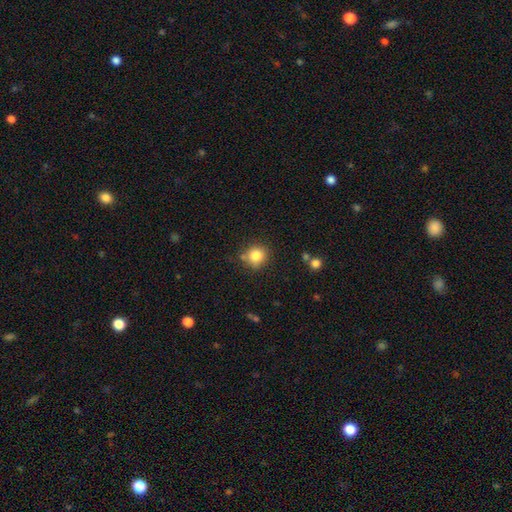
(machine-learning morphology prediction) smooth-or-featured: smooth: 83% | star or artifact: 11% | featured or disk: 7%
  how-rounded: round: 87% | in between: 12% | cigar-shaped: 1%
  merging: none: 75% | minor disturbance: 15% | merger: 6% | major disturbance: 4%